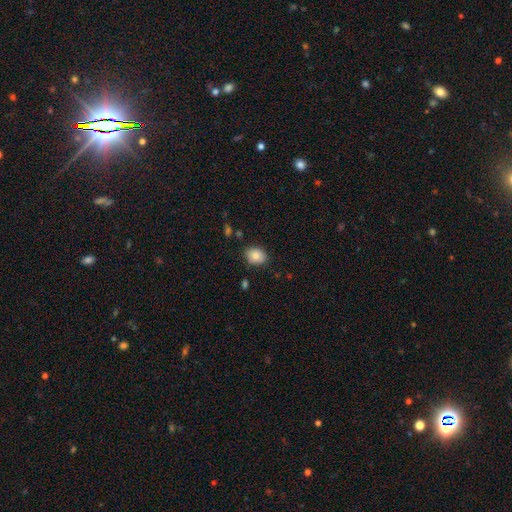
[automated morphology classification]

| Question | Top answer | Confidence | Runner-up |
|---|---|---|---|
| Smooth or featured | smooth | 84% | star or artifact (8%) |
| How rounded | in between | 53% | round (46%) |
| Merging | none | 82% | minor disturbance (13%) |